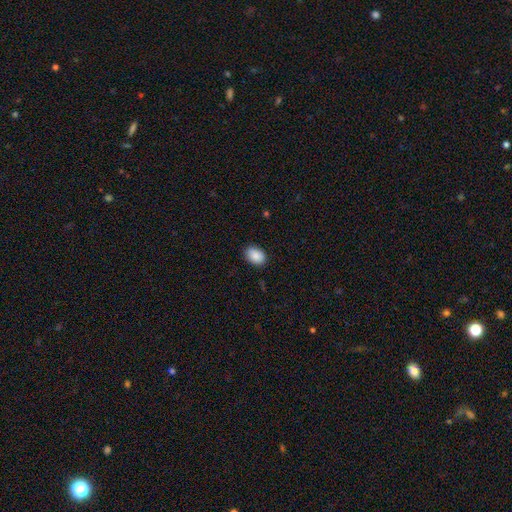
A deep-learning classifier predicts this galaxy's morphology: The model was most divided on "how rounded": in between: 82%, round: 17%, cigar-shaped: 1%. More confident: smooth or featured — smooth (90%); merging — none (88%).